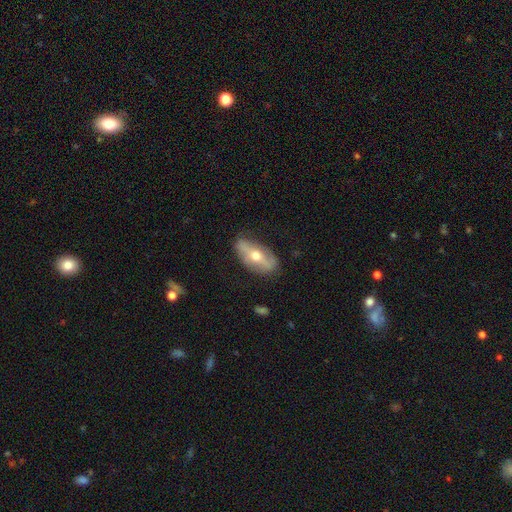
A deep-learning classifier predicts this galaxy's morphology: featured or disk 59%, smooth 34%, star or artifact 6%. Down the decision tree: edge-on disk — no (62%); merging — none (76%).